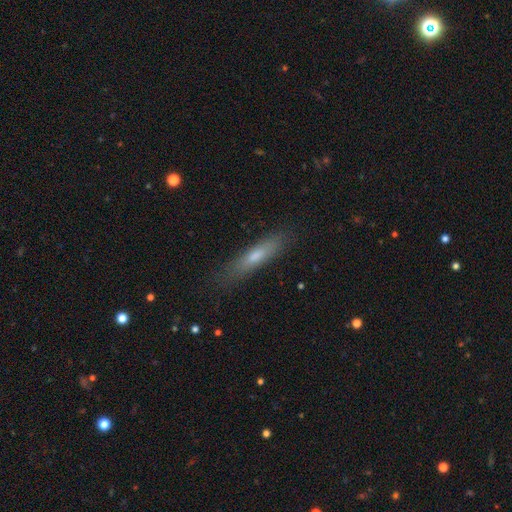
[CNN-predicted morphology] This appears to be a smooth galaxy with no disk features (63%) that is cigar-shaped (83%). Merging: none (82%).